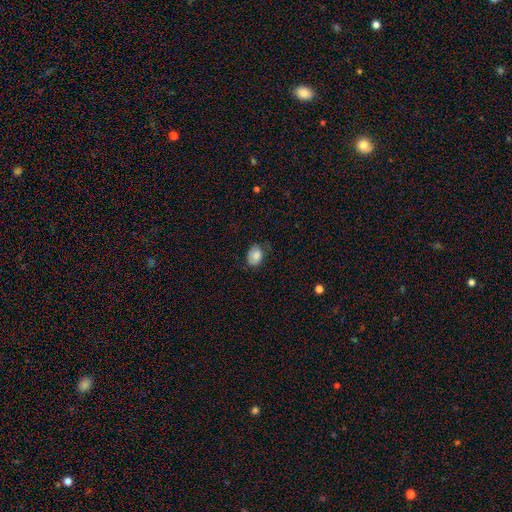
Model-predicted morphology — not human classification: This appears to be a smooth galaxy with no disk features (80%) that is in between round and cigar-shaped (70%). Merging: none (61%).